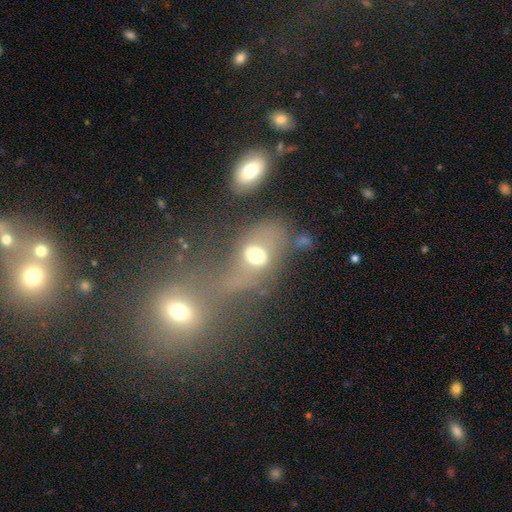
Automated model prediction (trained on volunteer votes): smooth-or-featured: smooth: 50% | featured or disk: 34% | star or artifact: 16%
  how-rounded: in between: 73% | round: 24% | cigar-shaped: 3%
  merging: merger: 33% | none: 27% | major disturbance: 26% | minor disturbance: 14%